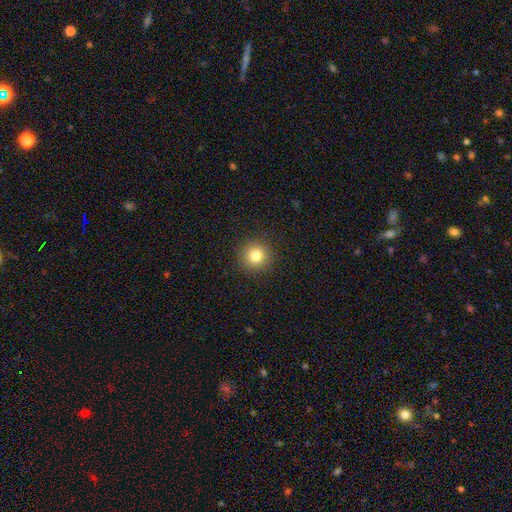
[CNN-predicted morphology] smooth_or_featured: smooth (p=0.81) [alt: star or artifact p=0.12]
how_rounded: round (p=0.95) [alt: in between p=0.04]
merging: none (p=0.91) [alt: minor disturbance p=0.06]